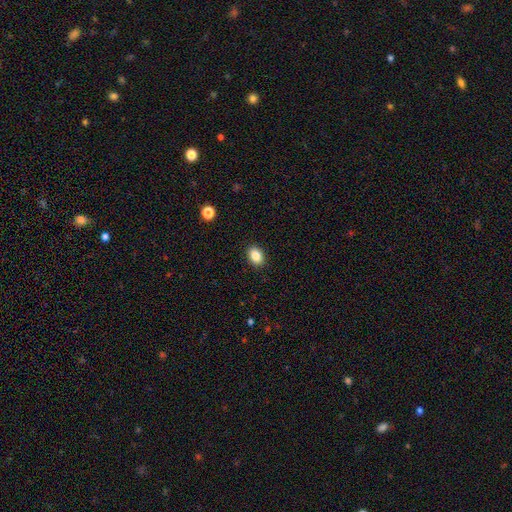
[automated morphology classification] A smooth galaxy with no disk features (86%) that is in between round and cigar-shaped (68%).

Vote fractions:
- Smooth or featured? smooth: 86% / star or artifact: 9% / featured or disk: 5%
- How rounded? in between: 68% / round: 31% / cigar-shaped: 1%
- Merging? none: 90% / minor disturbance: 7% / major disturbance: 2% / merger: 1%